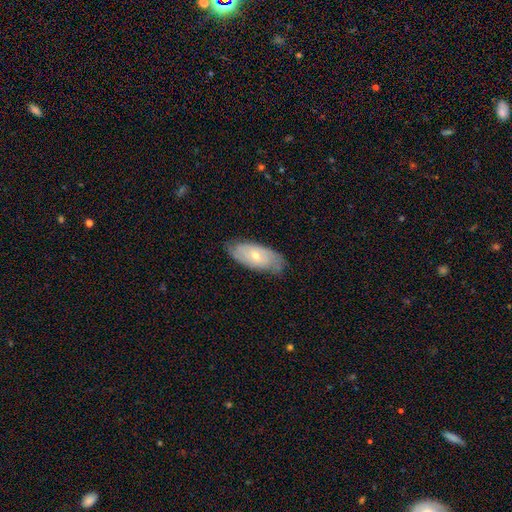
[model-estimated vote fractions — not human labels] A featured or disk galaxy (53%). Merging: none (74%).